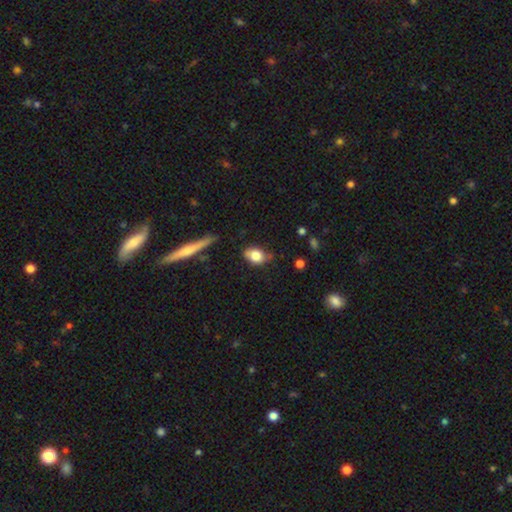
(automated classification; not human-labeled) Overall: smooth (76%). How rounded: in between (69%; round 29%). Merging: none (58%; minor disturbance 30%).